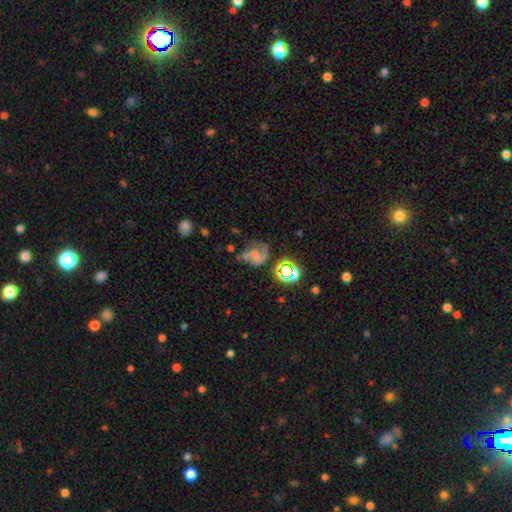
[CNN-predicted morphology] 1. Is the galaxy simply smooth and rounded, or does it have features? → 54% featured or disk, 26% smooth, 20% star or artifact.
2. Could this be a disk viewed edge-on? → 98% no, 2% yes.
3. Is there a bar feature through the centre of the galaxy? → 60% no, 27% weak, 13% strong.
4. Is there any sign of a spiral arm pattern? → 77% yes, 23% no.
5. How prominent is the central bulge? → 68% none, 16% small, 9% moderate, 5% large, 3% dominant.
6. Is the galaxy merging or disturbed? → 37% none, 33% major disturbance, 23% minor disturbance, 6% merger.